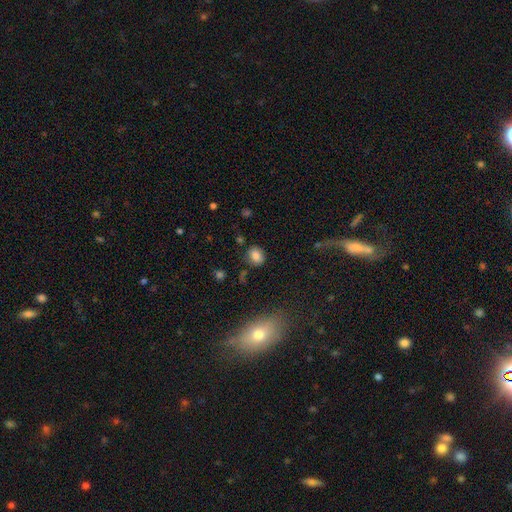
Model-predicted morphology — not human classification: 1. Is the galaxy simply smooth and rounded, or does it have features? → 82% smooth, 11% star or artifact, 7% featured or disk.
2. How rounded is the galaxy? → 56% round, 42% in between, 1% cigar-shaped.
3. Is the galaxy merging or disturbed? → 80% none, 13% minor disturbance, 4% major disturbance, 3% merger.